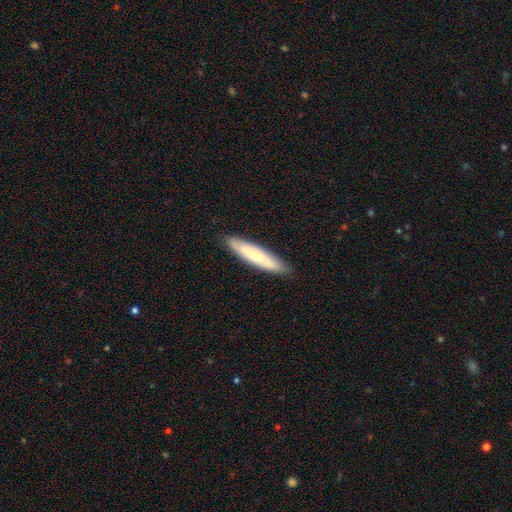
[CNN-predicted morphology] The model was most divided on "smooth or featured": smooth: 59%, featured or disk: 36%, star or artifact: 5%. More confident: merging — none (88%); how rounded — cigar-shaped (84%).